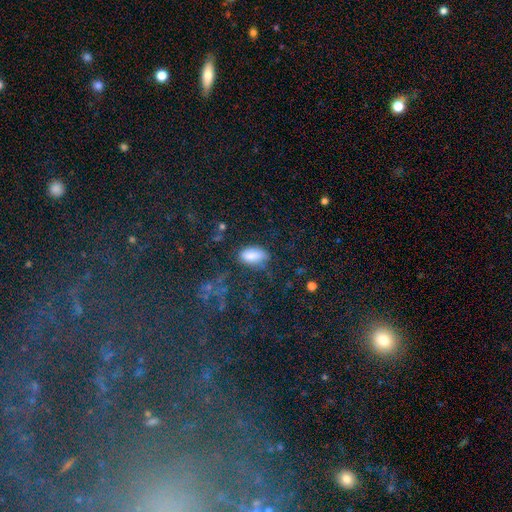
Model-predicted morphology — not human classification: Smooth or featured? Predicted: smooth (p=0.75). How rounded? Predicted: in between (p=0.91). Merging? Predicted: none (p=0.63).